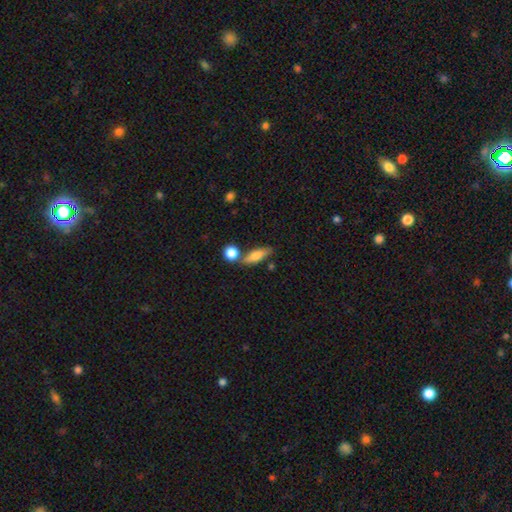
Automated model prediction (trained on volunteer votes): smooth_or_featured: smooth (p=0.70) [alt: featured or disk p=0.23]
how_rounded: in between (p=0.54) [alt: cigar-shaped p=0.41]
merging: none (p=0.64) [alt: merger p=0.18]